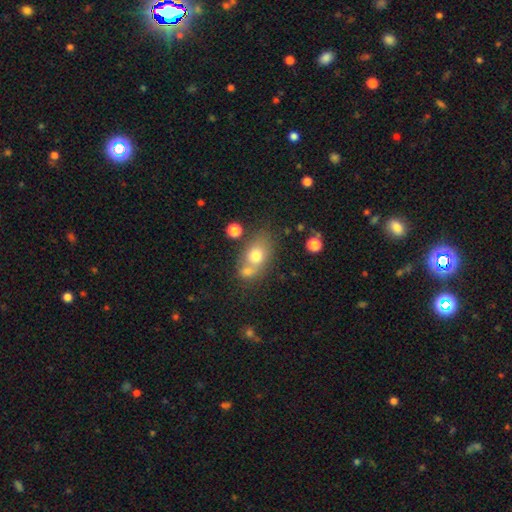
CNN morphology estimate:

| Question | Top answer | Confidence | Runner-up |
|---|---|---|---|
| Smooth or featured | smooth | 70% | featured or disk (19%) |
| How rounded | in between | 68% | round (30%) |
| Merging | none | 44% | merger (37%) |